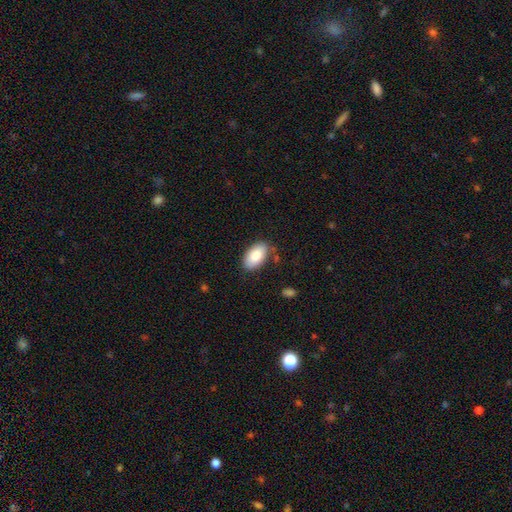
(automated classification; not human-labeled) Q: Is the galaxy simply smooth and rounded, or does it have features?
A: smooth — 84%.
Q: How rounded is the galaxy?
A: in between — 95%.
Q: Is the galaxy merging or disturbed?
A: none — 81%.